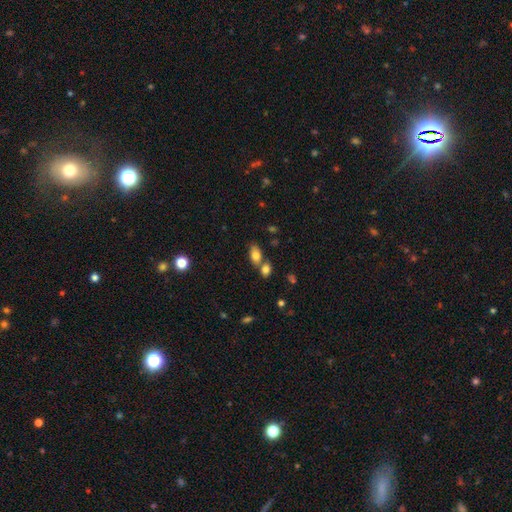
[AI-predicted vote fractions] smooth_or_featured: smooth (p=0.79) [alt: featured or disk p=0.11]
how_rounded: in between (p=0.87) [alt: round p=0.11]
merging: none (p=0.47) [alt: merger p=0.38]